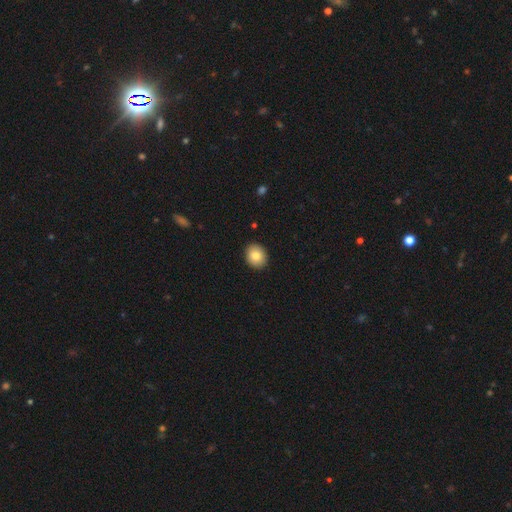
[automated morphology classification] Smooth or featured?
  - smooth: 83% *
  - featured or disk: 9%
  - star or artifact: 8%
How rounded?
  - round: 65% *
  - in between: 34%
  - cigar-shaped: 1%
Merging?
  - none: 91% *
  - minor disturbance: 7%
  - major disturbance: 2%
  - merger: 1%